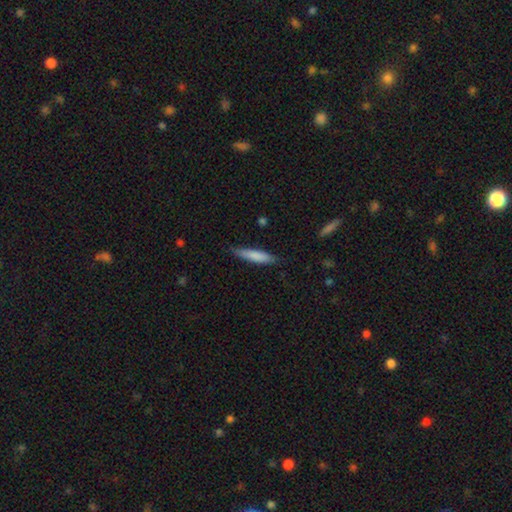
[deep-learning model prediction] A smooth galaxy with no disk features (80%) that is cigar-shaped (83%).

Vote fractions:
- Smooth or featured? smooth: 80% / featured or disk: 14% / star or artifact: 5%
- How rounded? cigar-shaped: 83% / in between: 16% / round: 1%
- Merging? none: 80% / minor disturbance: 16% / major disturbance: 2% / merger: 1%